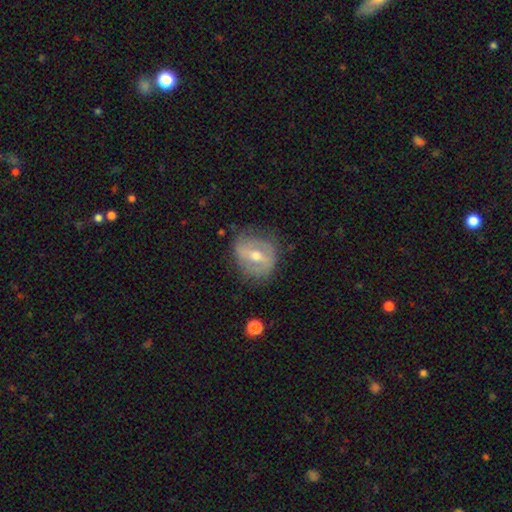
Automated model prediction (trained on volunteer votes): smooth-or-featured: featured or disk: 66% | smooth: 27% | star or artifact: 7%
  disk-edge-on: no: 95% | yes: 5%
    bar: weak: 41% | strong: 40% | no: 19%
    has-spiral-arms: yes: 53% | no: 47%
    bulge-size: moderate: 69% | small: 26% | large: 3% | none: 1% | dominant: 1%
  merging: none: 68% | minor disturbance: 23% | major disturbance: 8% | merger: 1%